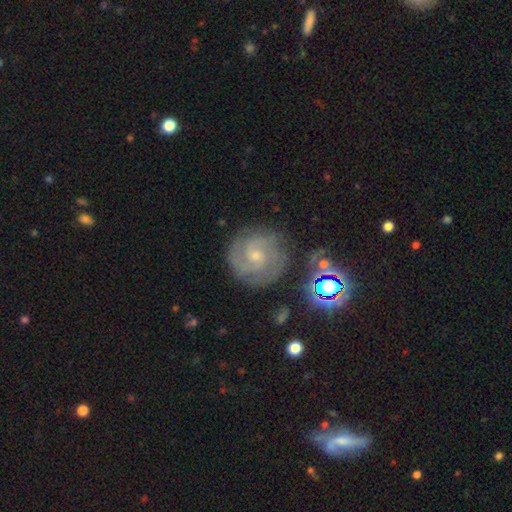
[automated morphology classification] Smooth or featured? Predicted: featured or disk (p=0.78). Edge-on disk? Predicted: no (p=0.98). Bar? Predicted: no (p=0.60). Spiral arms? Predicted: yes (p=0.95). Spiral winding? Predicted: tight (p=0.58). Spiral arm count? Predicted: 2 (p=0.40). Bulge size? Predicted: small (p=0.66). Merging? Predicted: none (p=0.78).